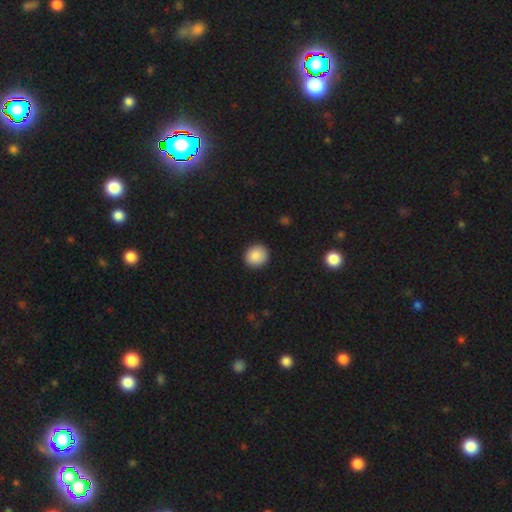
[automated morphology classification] A smooth galaxy with no disk features (88%) that is round (84%).

Vote fractions:
- Smooth or featured? smooth: 88% / star or artifact: 8% / featured or disk: 4%
- How rounded? round: 84% / in between: 15% / cigar-shaped: 1%
- Merging? none: 92% / minor disturbance: 6% / major disturbance: 2% / merger: 1%